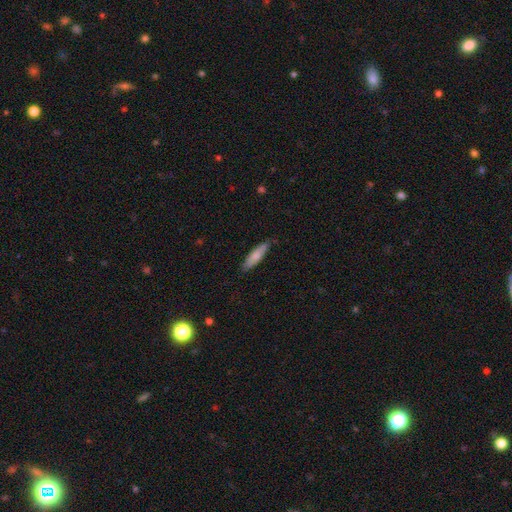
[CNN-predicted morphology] type=smooth (77%); roundness=cigar-shaped (69%); merging=none (82%).